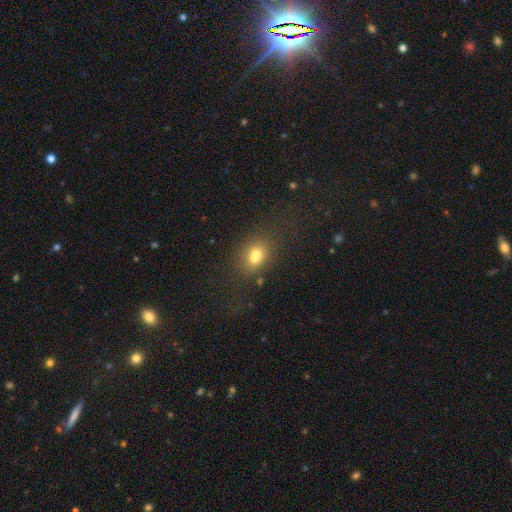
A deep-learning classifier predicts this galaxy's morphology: smooth_or_featured: smooth (p=0.74) [alt: featured or disk p=0.13]
how_rounded: in between (p=0.72) [alt: round p=0.26]
merging: none (p=0.57) [alt: merger p=0.17]